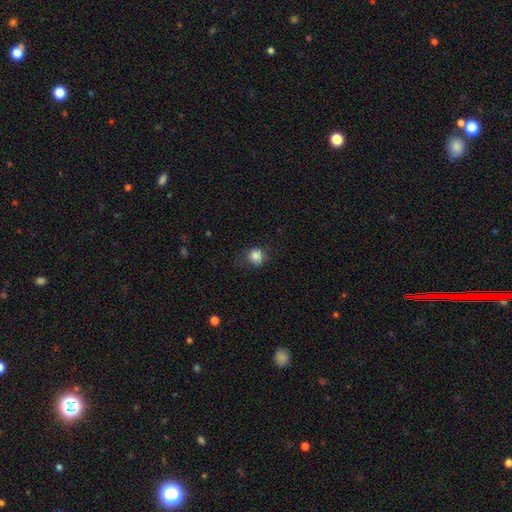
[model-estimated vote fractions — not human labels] smooth-or-featured: smooth: 84% | star or artifact: 11% | featured or disk: 5%
  how-rounded: round: 83% | in between: 16% | cigar-shaped: 1%
  merging: none: 72% | minor disturbance: 20% | major disturbance: 7% | merger: 1%